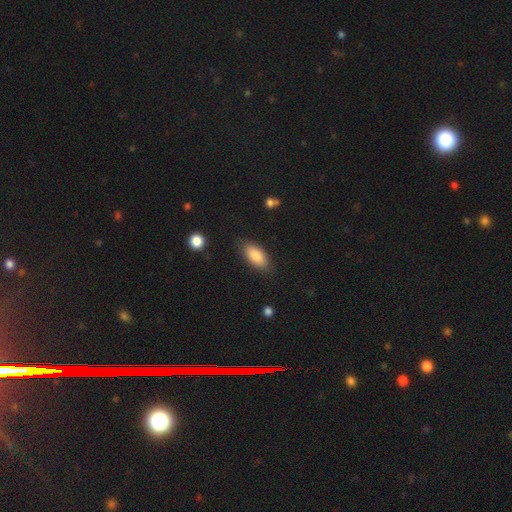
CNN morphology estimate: This appears to be a smooth galaxy with no disk features (87%) that is in between round and cigar-shaped (89%). Merging: none (83%).